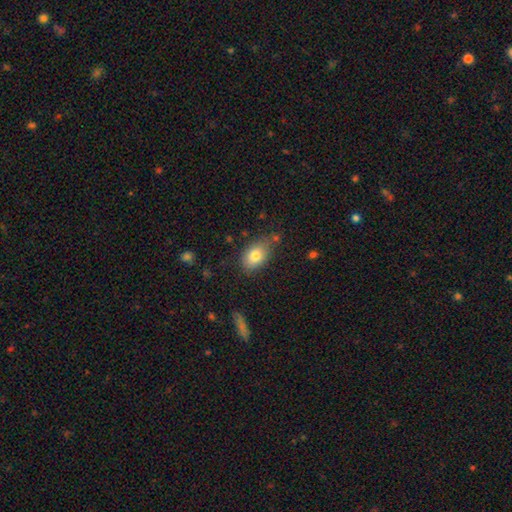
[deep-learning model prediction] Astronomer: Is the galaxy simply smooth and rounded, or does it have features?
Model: smooth — 79%.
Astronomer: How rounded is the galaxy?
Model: in between — 86%.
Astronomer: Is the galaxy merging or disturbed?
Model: none — 72%.